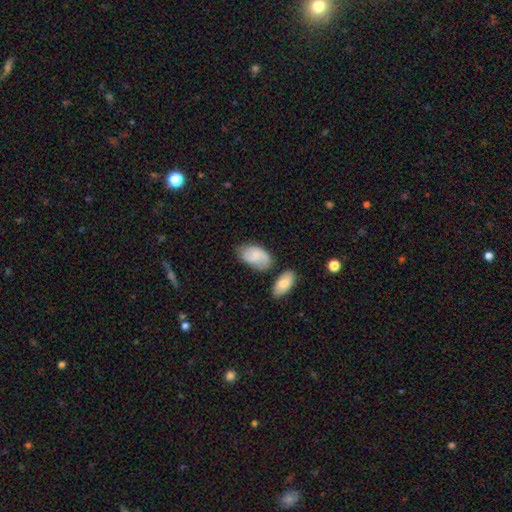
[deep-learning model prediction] This appears to be a smooth galaxy with no disk features (76%) that is in between round and cigar-shaped (93%). Merging: none (56%).